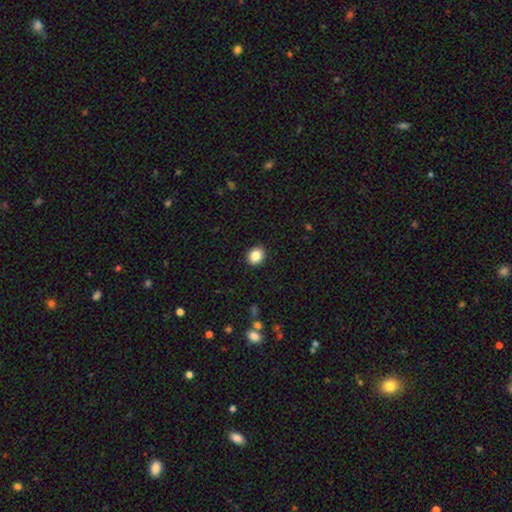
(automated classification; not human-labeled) This appears to be a smooth galaxy with no disk features (85%) that is round (65%). Merging: none (92%).